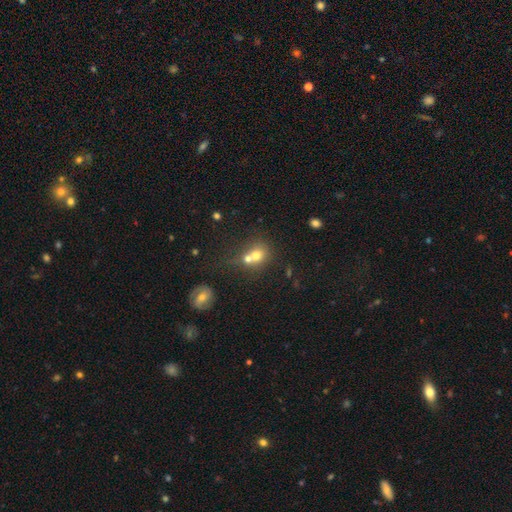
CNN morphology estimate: Overall: smooth (68%). How rounded: round (73%). Merging: merger (56%; none 32%).